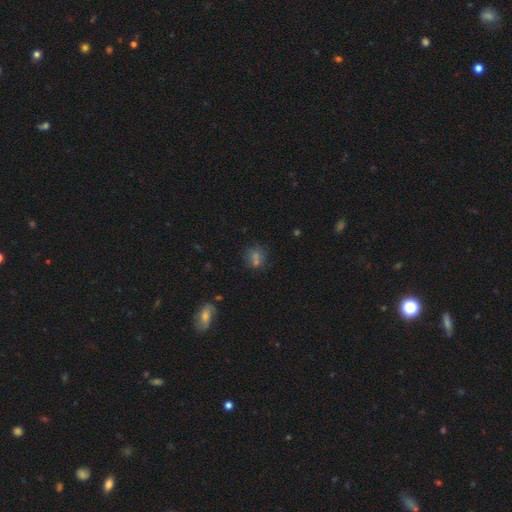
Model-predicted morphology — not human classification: Smooth or featured: smooth — 59% (star or artifact — 28%)
How rounded: round — 71% (in between — 27%)
Merging: none — 69% (minor disturbance — 14%)